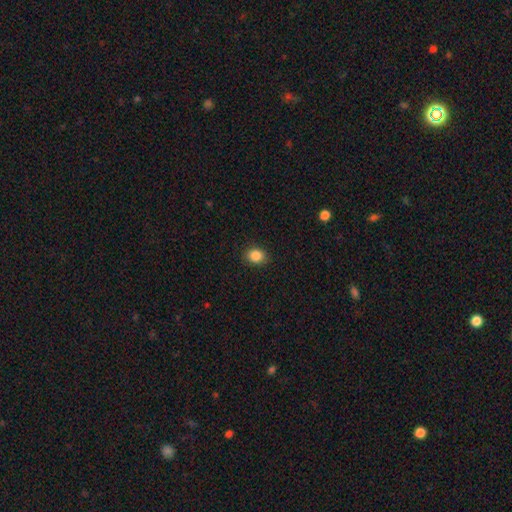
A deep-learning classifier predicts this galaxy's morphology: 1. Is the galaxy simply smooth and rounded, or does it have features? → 87% smooth, 10% star or artifact, 4% featured or disk.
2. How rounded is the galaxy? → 58% round, 41% in between, 1% cigar-shaped.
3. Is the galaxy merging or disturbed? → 88% none, 9% minor disturbance, 2% major disturbance, 1% merger.